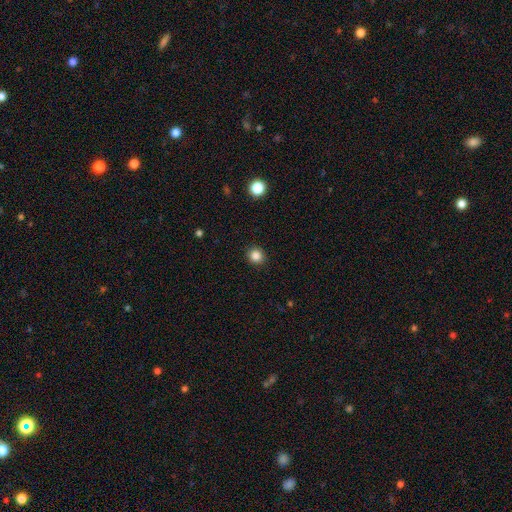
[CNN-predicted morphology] Smooth or featured: smooth — 84% (star or artifact — 12%)
How rounded: round — 90% (in between — 9%)
Merging: none — 91% (minor disturbance — 6%)